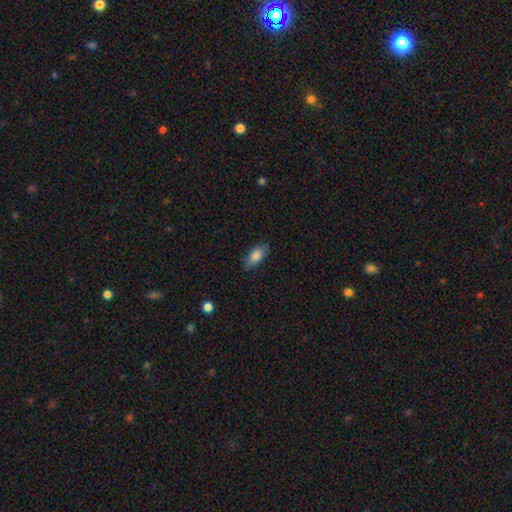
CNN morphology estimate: Smooth or featured? Predicted: smooth (p=0.84). How rounded? Predicted: in between (p=0.86). Merging? Predicted: none (p=0.80).